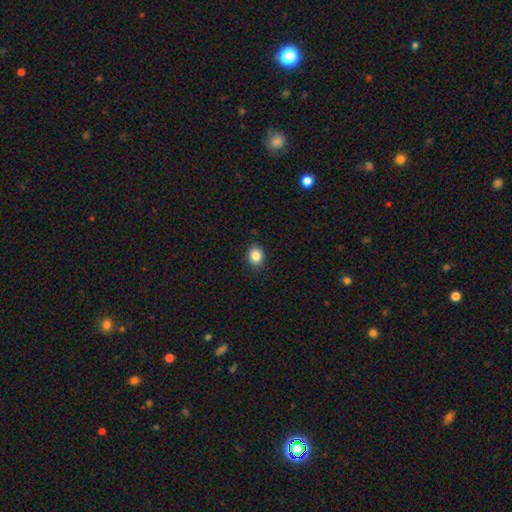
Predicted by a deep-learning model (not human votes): Morphology: type=smooth (87%); roundness=round (51%); merging=none (88%).